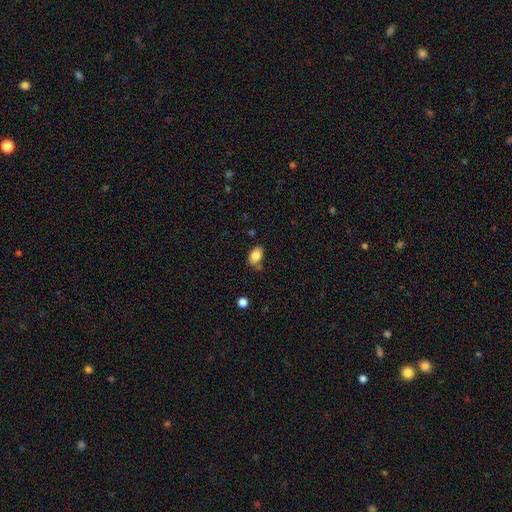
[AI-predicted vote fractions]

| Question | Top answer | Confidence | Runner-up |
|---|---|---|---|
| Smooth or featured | smooth | 83% | featured or disk (9%) |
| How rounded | in between | 88% | round (10%) |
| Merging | none | 70% | minor disturbance (18%) |